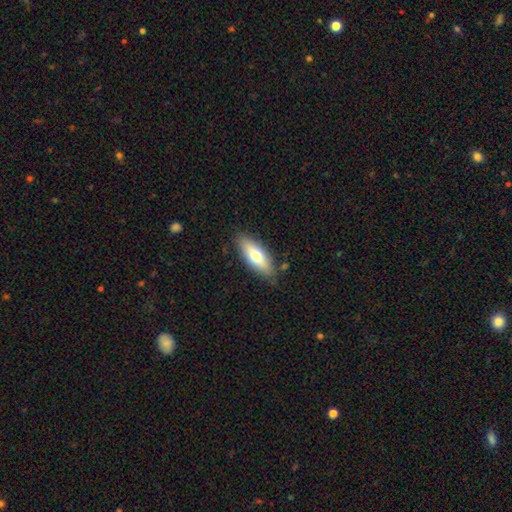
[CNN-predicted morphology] smooth 67%, featured or disk 27%, star or artifact 6%. Down the decision tree: how rounded — in between (68%); merging — none (84%).